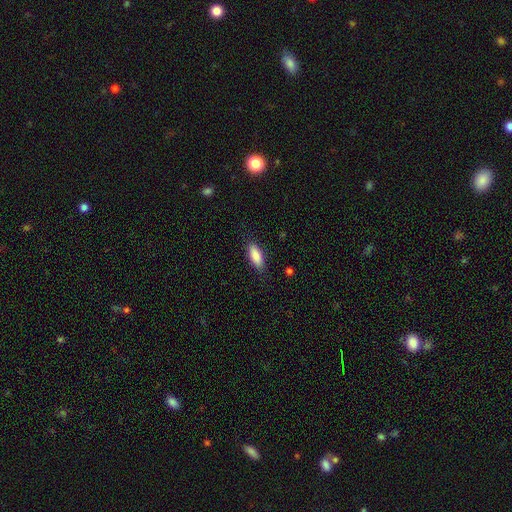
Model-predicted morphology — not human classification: smooth 87%, featured or disk 7%, star or artifact 6%. Down the decision tree: how rounded — in between (73%); merging — none (85%).